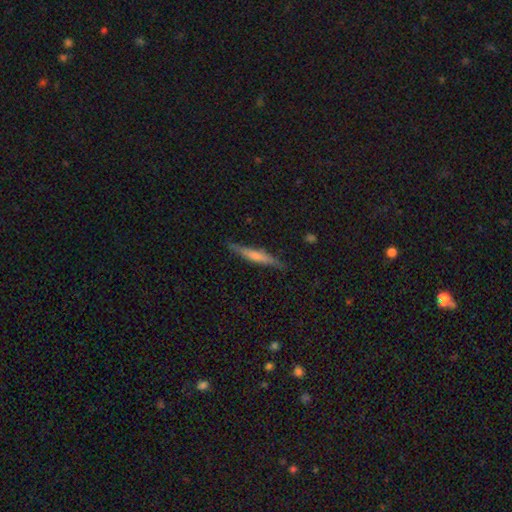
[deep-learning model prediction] Q: Smooth or featured?
A: featured or disk (49%); runner-up: smooth (45%)
Q: Merging?
A: none (85%); runner-up: minor disturbance (11%)